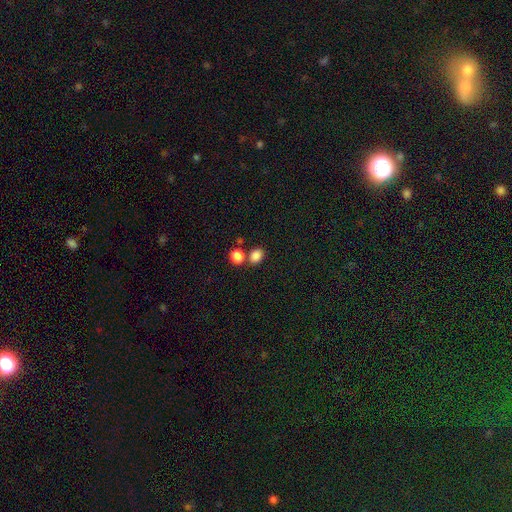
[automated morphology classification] Smooth or featured: smooth — 85% (star or artifact — 11%)
How rounded: in between — 57% (round — 42%)
Merging: none — 61% (merger — 26%)